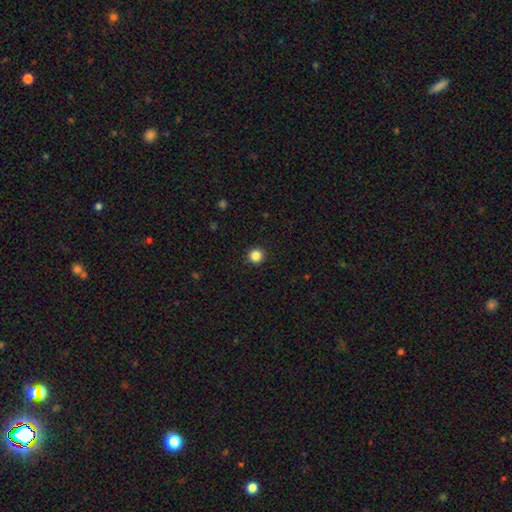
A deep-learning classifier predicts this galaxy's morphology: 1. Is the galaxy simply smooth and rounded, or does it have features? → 86% smooth, 11% star or artifact, 3% featured or disk.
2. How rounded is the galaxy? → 95% round, 4% in between, 1% cigar-shaped.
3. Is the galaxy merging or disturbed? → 93% none, 4% minor disturbance, 2% major disturbance, 1% merger.